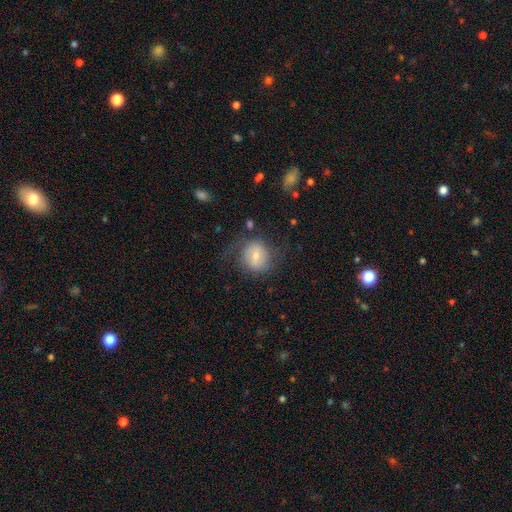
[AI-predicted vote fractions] This appears to be a smooth galaxy with no disk features (59%) that is round (80%). Merging: none (58%).